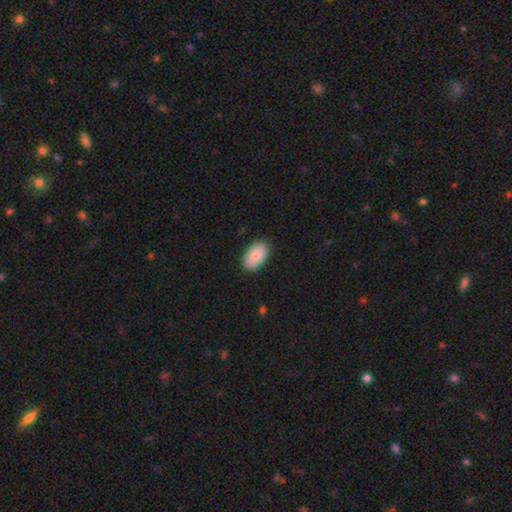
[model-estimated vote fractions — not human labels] smooth-or-featured: smooth: 83% | featured or disk: 11% | star or artifact: 6%
  how-rounded: in between: 93% | round: 6% | cigar-shaped: 1%
  merging: none: 86% | minor disturbance: 10% | major disturbance: 2% | merger: 1%